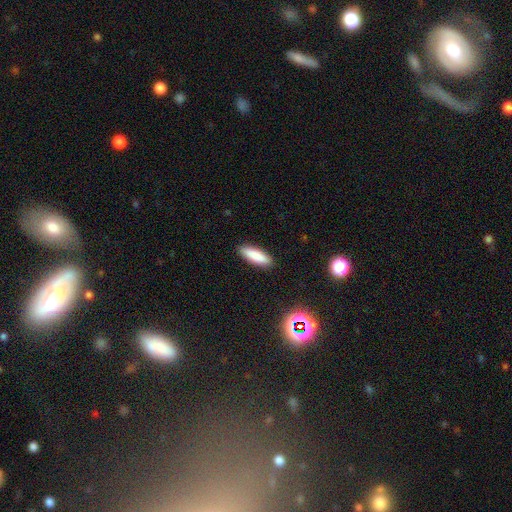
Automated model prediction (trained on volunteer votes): Smooth or featured?
  - smooth: 86% *
  - featured or disk: 7%
  - star or artifact: 7%
How rounded?
  - cigar-shaped: 54% *
  - in between: 44%
  - round: 2%
Merging?
  - none: 90% *
  - minor disturbance: 7%
  - major disturbance: 2%
  - merger: 1%